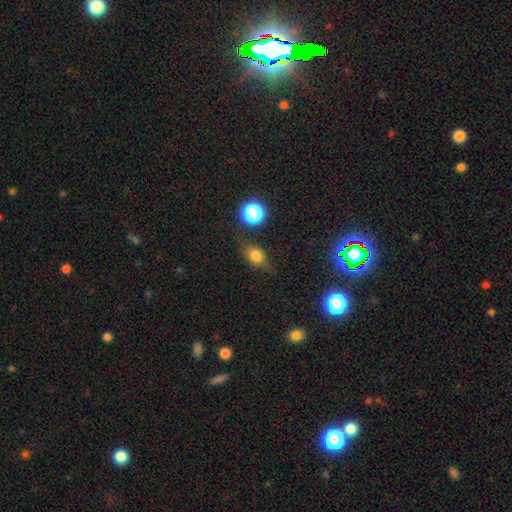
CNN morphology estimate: Smooth or featured? Predicted: smooth (p=0.76). How rounded? Predicted: in between (p=0.52). Merging? Predicted: none (p=0.71).